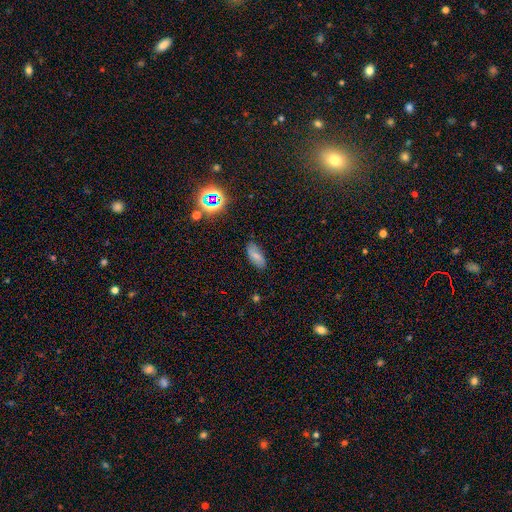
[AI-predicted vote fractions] A smooth galaxy with no disk features (67%) that is in between round and cigar-shaped (86%). Merging: none (79%).